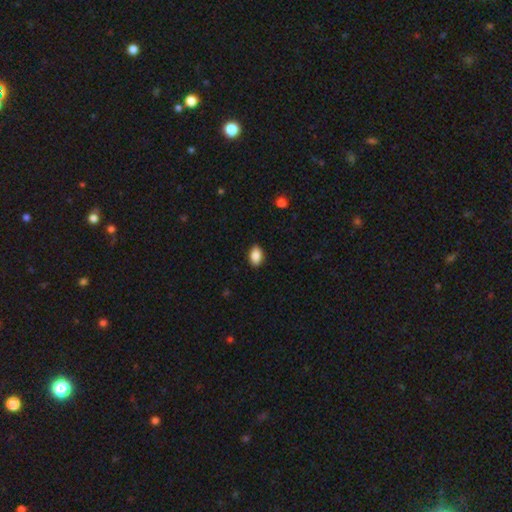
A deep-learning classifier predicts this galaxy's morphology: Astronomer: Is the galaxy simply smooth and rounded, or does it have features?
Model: smooth — 88%.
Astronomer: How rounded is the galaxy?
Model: in between — 88%.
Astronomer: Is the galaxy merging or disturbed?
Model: none — 88%.